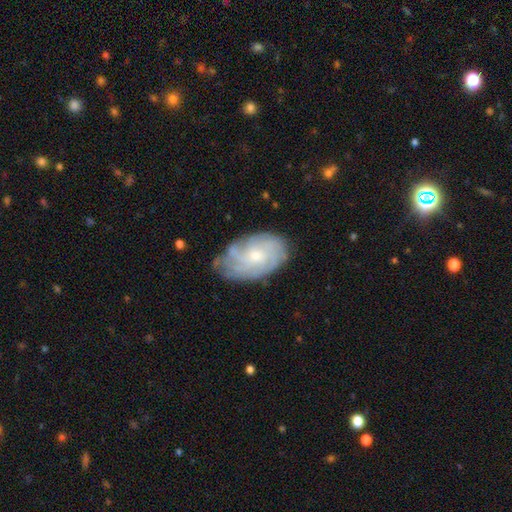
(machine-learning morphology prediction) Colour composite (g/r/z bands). It shows a featured or disk galaxy (70%) with no bar (75%), tight (66%) spiral arms (91%) and a small central bulge (62%). Merging: none (74%).